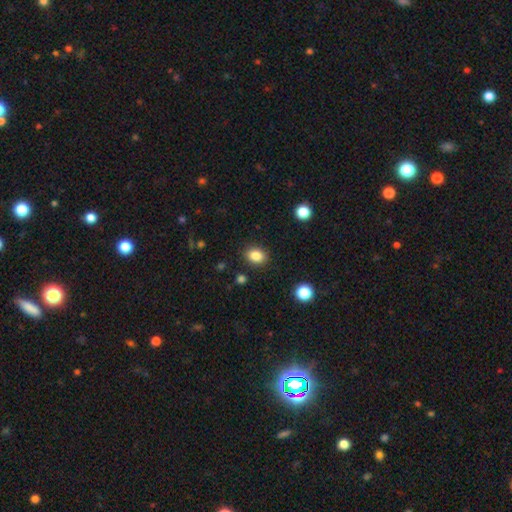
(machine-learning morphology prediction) The model was most divided on "how rounded": in between: 59%, round: 40%, cigar-shaped: 1%. More confident: merging — none (88%); smooth or featured — smooth (85%).